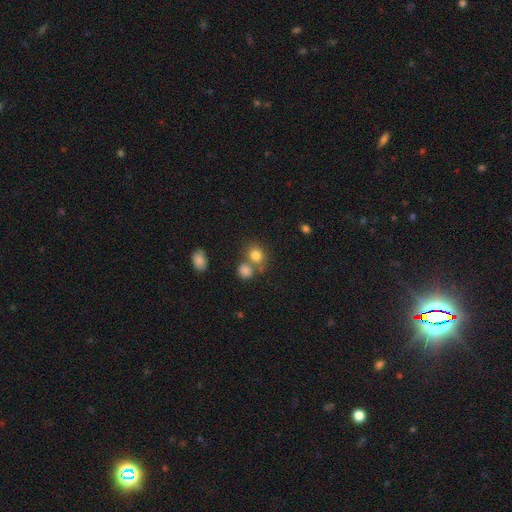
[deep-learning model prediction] smooth 80%, star or artifact 12%, featured or disk 8%. Down the decision tree: how rounded — round (69%); merging — none (52%).